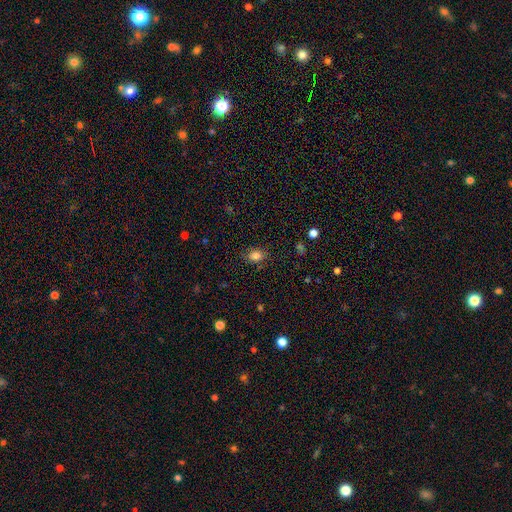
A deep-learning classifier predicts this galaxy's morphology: type=smooth (82%); roundness=in between (66%); merging=none (81%).